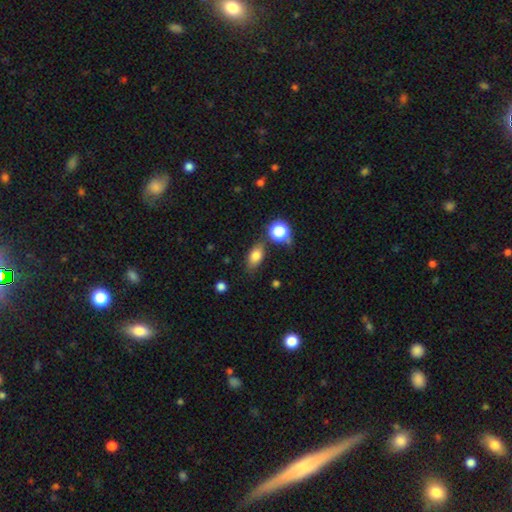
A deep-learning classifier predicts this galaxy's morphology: This appears to be a smooth galaxy with no disk features (78%) that is in between round and cigar-shaped (84%). Merging: none (73%).